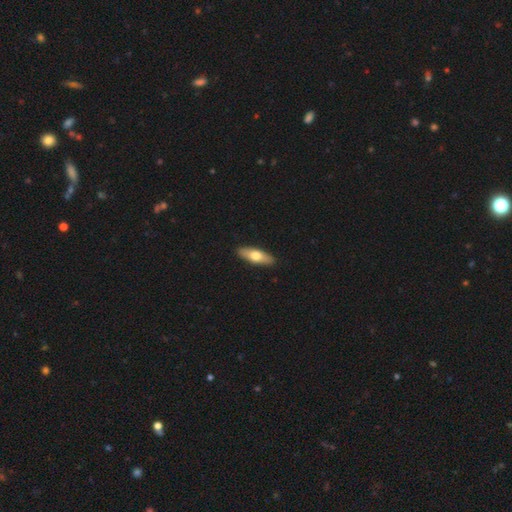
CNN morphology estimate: The model was most divided on "how rounded": in between: 56%, cigar-shaped: 42%, round: 2%. More confident: merging — none (91%); smooth or featured — smooth (63%).